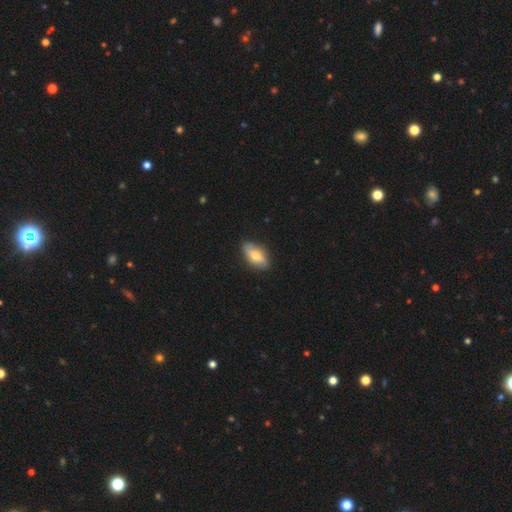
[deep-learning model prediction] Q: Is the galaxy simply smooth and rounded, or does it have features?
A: smooth — 67%.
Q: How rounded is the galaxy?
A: in between — 90%.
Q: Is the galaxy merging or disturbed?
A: none — 82%.